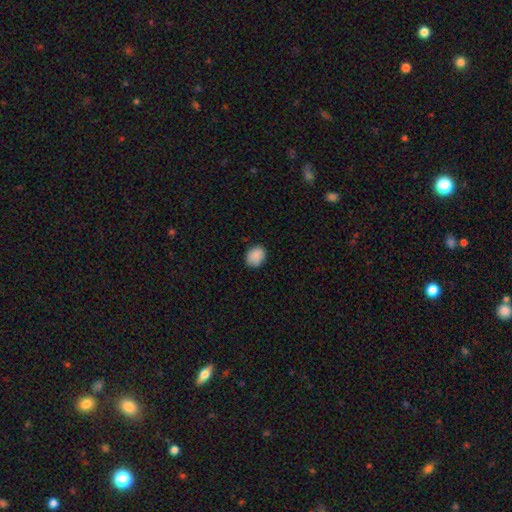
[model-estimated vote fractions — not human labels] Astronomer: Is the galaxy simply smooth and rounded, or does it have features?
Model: smooth — 89%.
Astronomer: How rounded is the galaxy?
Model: round — 58% (runner-up: in between, 41%).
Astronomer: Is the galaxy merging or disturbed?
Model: none — 87%.